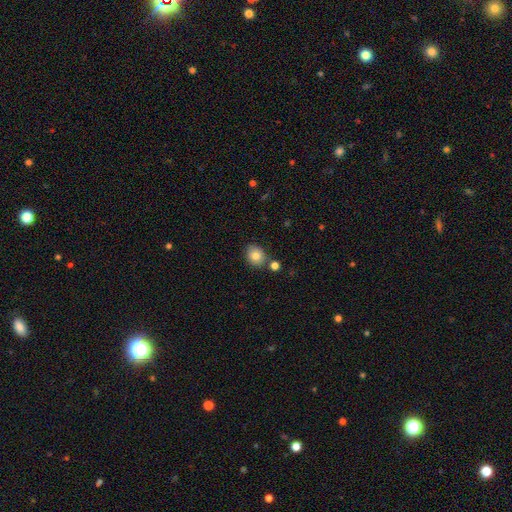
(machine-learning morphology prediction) This appears to be a smooth galaxy with no disk features (82%) that is round (64%). Merging: none (74%).